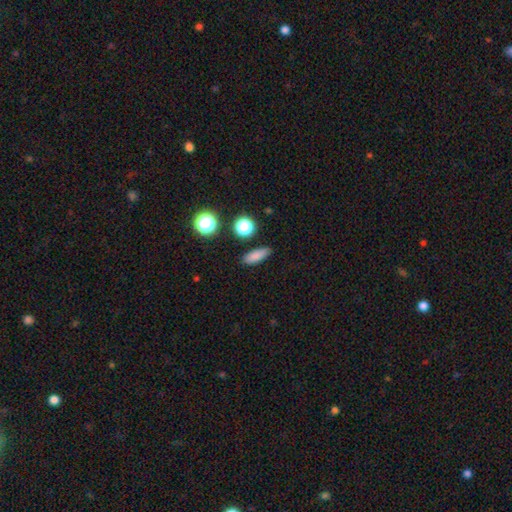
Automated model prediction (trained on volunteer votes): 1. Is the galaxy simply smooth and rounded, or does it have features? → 81% smooth, 12% star or artifact, 7% featured or disk.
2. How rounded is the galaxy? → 52% in between, 39% cigar-shaped, 9% round.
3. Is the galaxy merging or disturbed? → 87% none, 9% minor disturbance, 2% major disturbance, 2% merger.